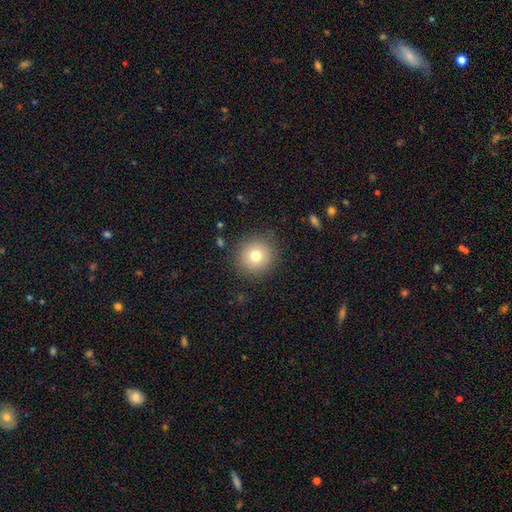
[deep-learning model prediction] This is likely a smooth galaxy (77%). How rounded: clearly round (92%). Merging: clearly none (88%).